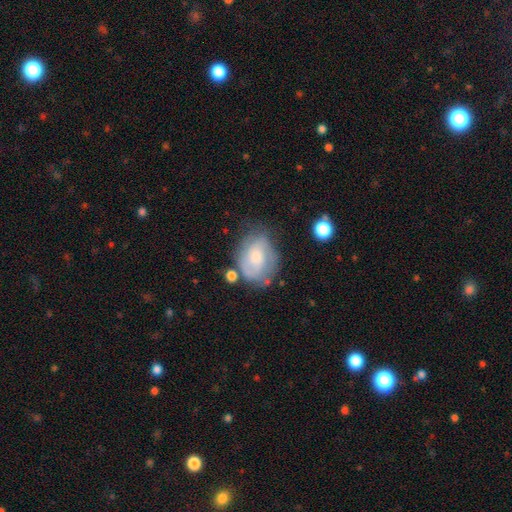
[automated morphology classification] smooth-or-featured: featured or disk: 49% | smooth: 43% | star or artifact: 9%
  merging: none: 55% | minor disturbance: 27% | major disturbance: 12% | merger: 6%